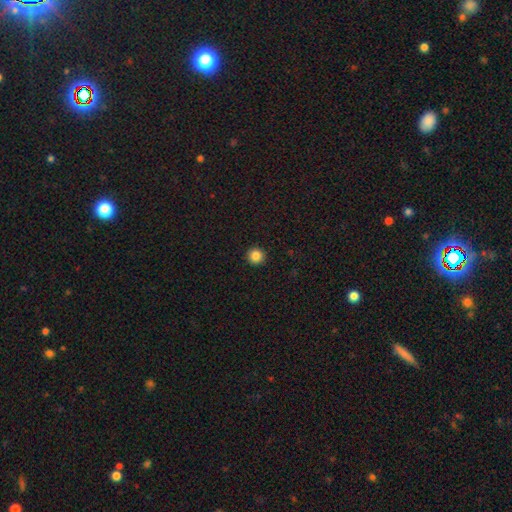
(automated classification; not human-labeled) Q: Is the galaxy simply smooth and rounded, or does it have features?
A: smooth — 85%.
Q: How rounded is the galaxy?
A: round — 96%.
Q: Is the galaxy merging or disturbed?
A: none — 94%.